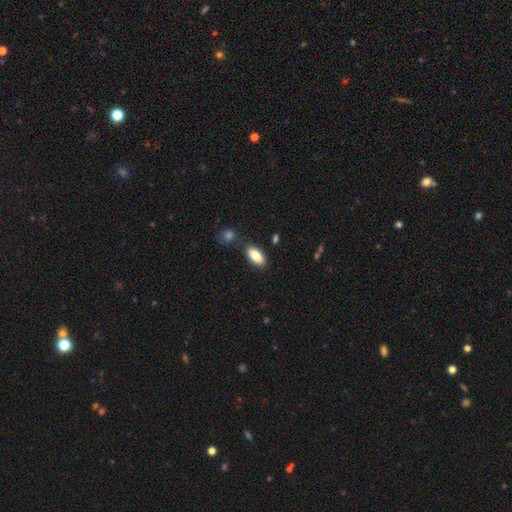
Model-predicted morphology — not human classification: Smooth or featured: smooth — 83% (featured or disk — 10%)
How rounded: in between — 89% (cigar-shaped — 9%)
Merging: none — 82% (minor disturbance — 11%)